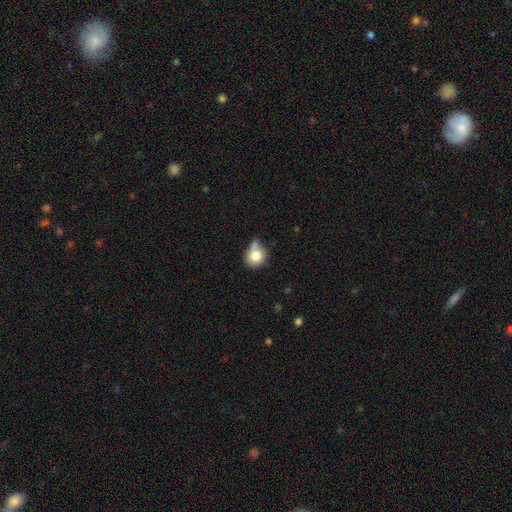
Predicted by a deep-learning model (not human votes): smooth 77%, featured or disk 13%, star or artifact 9%. Down the decision tree: how rounded — round (70%); merging — none (38%).